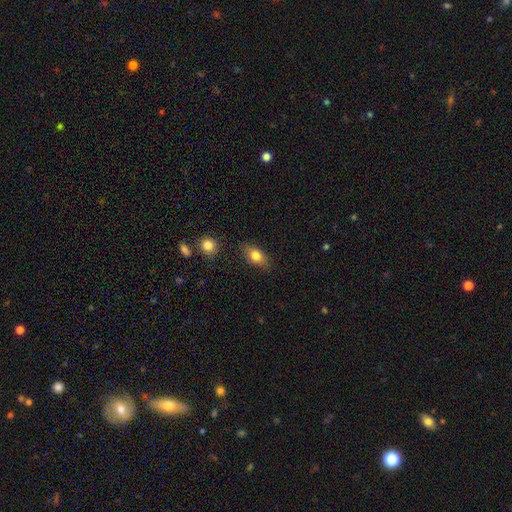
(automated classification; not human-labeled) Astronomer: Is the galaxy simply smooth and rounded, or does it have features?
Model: smooth — 79%.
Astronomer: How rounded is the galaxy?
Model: in between — 80%.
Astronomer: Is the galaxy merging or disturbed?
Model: none — 80%.